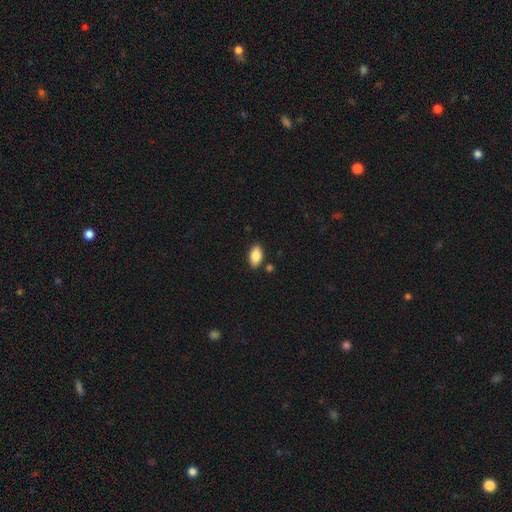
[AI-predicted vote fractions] Smooth or featured? Predicted: smooth (p=0.85). How rounded? Predicted: in between (p=0.93). Merging? Predicted: none (p=0.86).